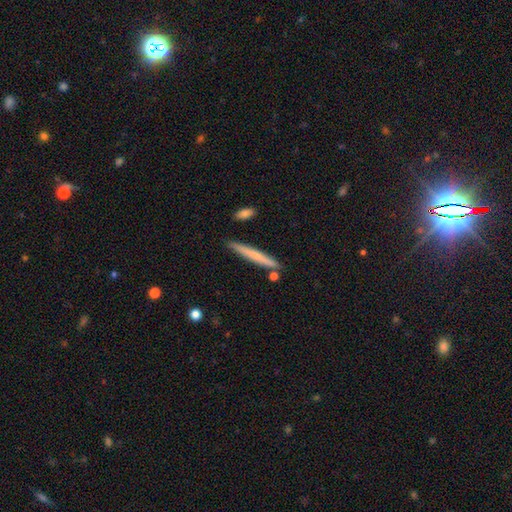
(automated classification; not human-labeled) smooth_or_featured: smooth (p=0.65) [alt: featured or disk p=0.30]
how_rounded: cigar-shaped (p=0.96) [alt: in between p=0.03]
merging: none (p=0.85) [alt: minor disturbance p=0.09]